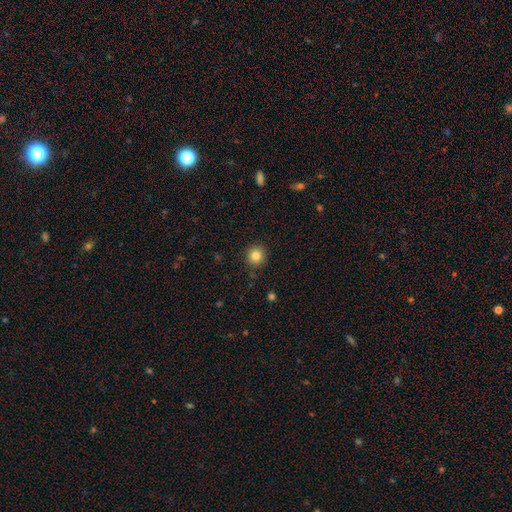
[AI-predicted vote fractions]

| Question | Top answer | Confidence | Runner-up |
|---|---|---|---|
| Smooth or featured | smooth | 83% | star or artifact (11%) |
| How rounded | round | 94% | in between (5%) |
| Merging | none | 91% | minor disturbance (6%) |